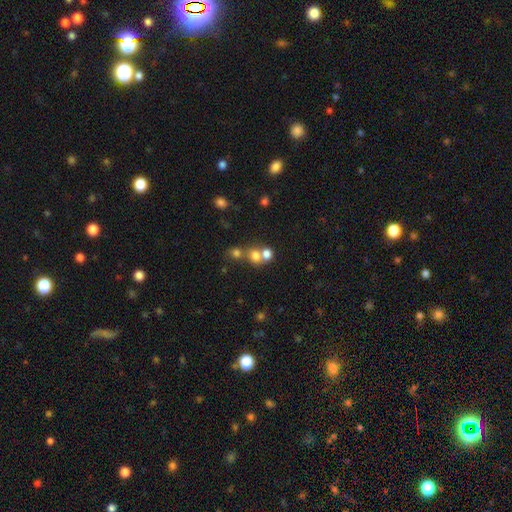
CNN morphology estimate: Smooth or featured? smooth (70%)
How rounded? round (76%)
Merging? merger (50%)